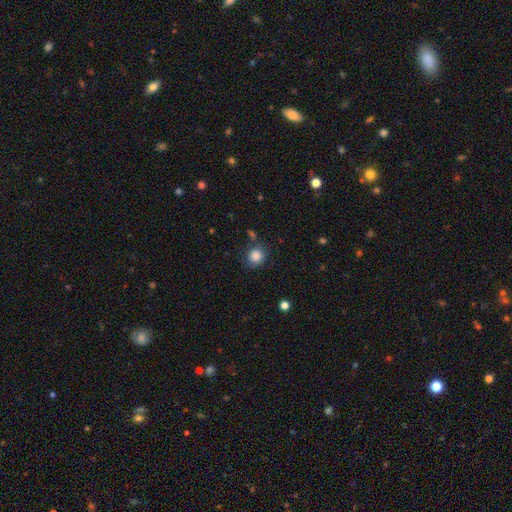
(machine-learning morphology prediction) type=smooth (86%); roundness=round (83%); merging=none (78%).